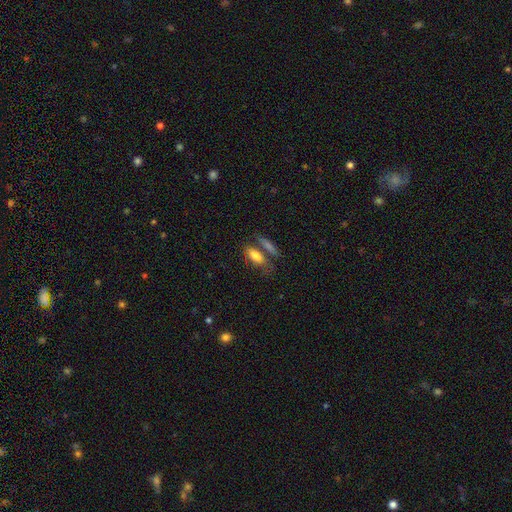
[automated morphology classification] A smooth galaxy with no disk features (77%) that is in between round and cigar-shaped (76%).

Vote fractions:
- Smooth or featured? smooth: 77% / featured or disk: 16% / star or artifact: 7%
- How rounded? in between: 76% / cigar-shaped: 20% / round: 4%
- Merging? none: 49% / merger: 29% / minor disturbance: 14% / major disturbance: 7%